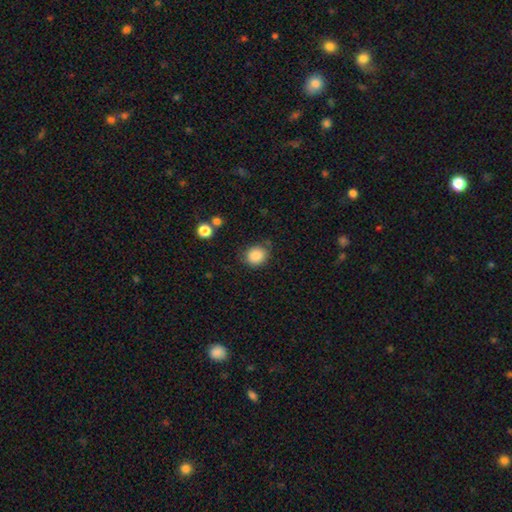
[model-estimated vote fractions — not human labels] Overall: smooth (86%). How rounded: round (72%). Merging: none (74%).